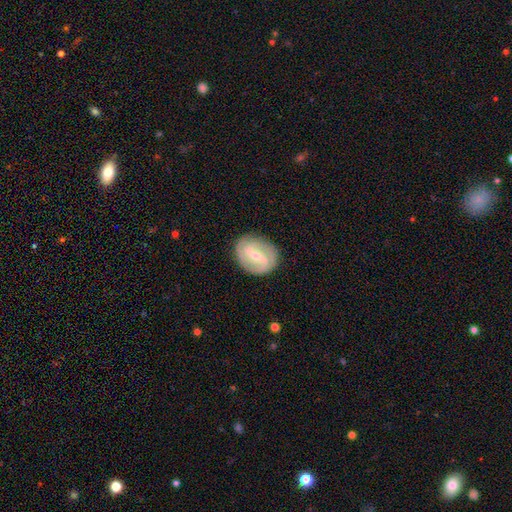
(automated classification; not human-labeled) The model was most divided on "bar" (2-way tie): weak: 43%, strong: 43%, no: 14%. Remaining: edge-on disk — no (97%); spiral arms — yes (90%); merging — none (83%); smooth or featured — featured or disk (80%); spiral arm count — 2 (70%); bulge size — small (61%); spiral winding — medium (41%).